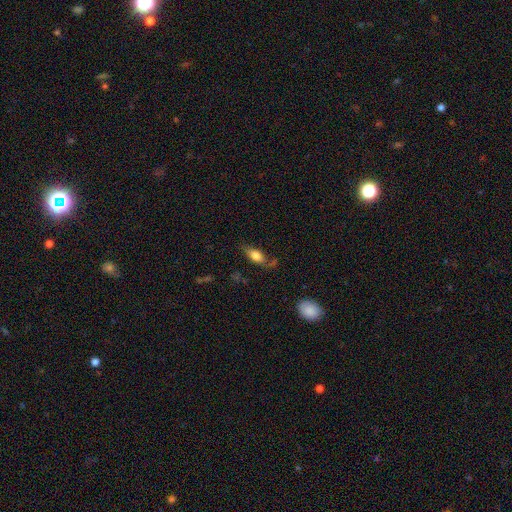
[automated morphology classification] type=smooth (69%); roundness=in between (76%); merging=none (61%).